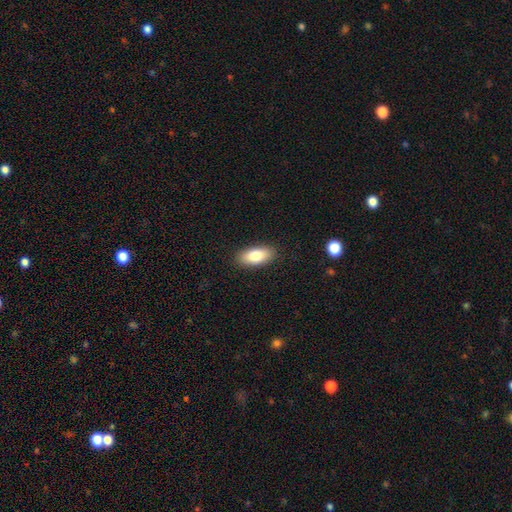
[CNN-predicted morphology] A smooth galaxy with no disk features (81%) that is in between round and cigar-shaped (86%).

Vote fractions:
- Smooth or featured? smooth: 81% / featured or disk: 12% / star or artifact: 7%
- How rounded? in between: 86% / cigar-shaped: 12% / round: 3%
- Merging? none: 89% / minor disturbance: 8% / major disturbance: 2% / merger: 1%